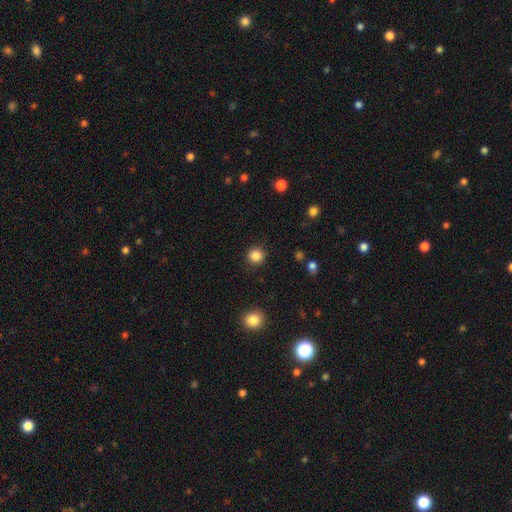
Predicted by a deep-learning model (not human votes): Q: Smooth or featured?
A: smooth (86%); runner-up: star or artifact (10%)
Q: How rounded?
A: round (91%); runner-up: in between (8%)
Q: Merging?
A: none (90%); runner-up: minor disturbance (6%)